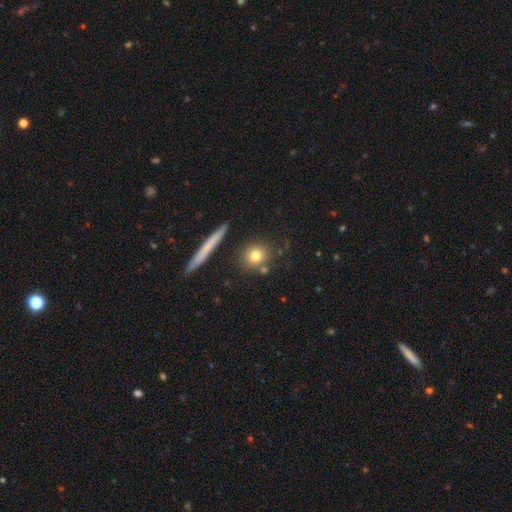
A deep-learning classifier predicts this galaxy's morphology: smooth 76%, featured or disk 13%, star or artifact 10%. Down the decision tree: how rounded — round (79%); merging — none (79%).